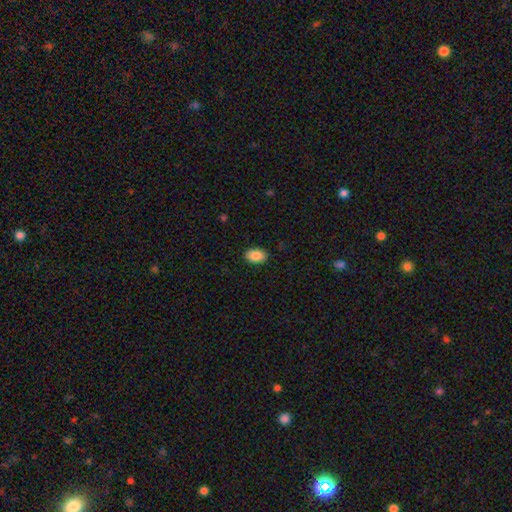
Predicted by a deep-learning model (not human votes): The model was most divided on "how rounded": in between: 88%, round: 11%, cigar-shaped: 1%. More confident: merging — none (89%); smooth or featured — smooth (87%).